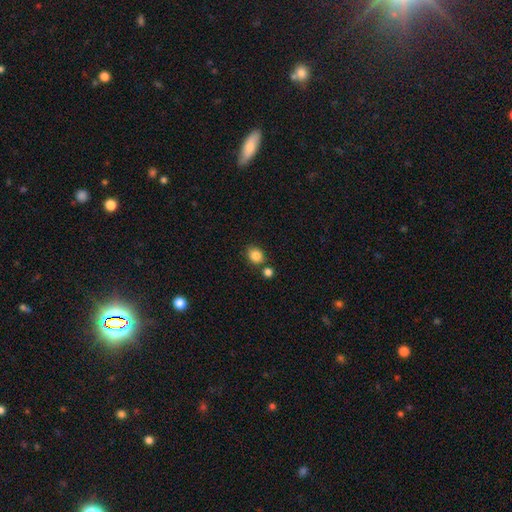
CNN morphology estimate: The model was most divided on "how rounded": round: 60%, in between: 39%, cigar-shaped: 1%. More confident: smooth or featured — smooth (85%); merging — none (70%).